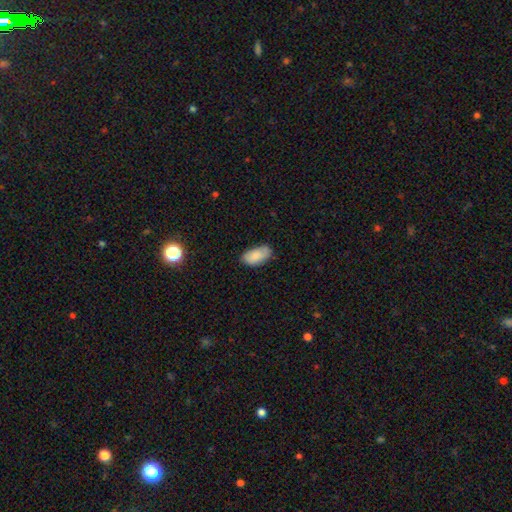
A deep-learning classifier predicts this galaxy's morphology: smooth 83%, featured or disk 10%, star or artifact 7%. Down the decision tree: how rounded — in between (95%); merging — none (71%).